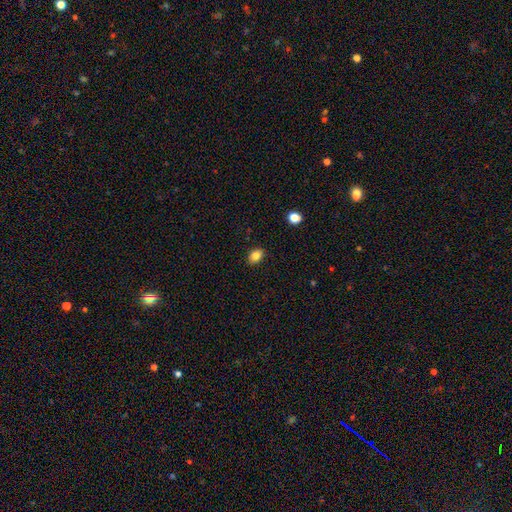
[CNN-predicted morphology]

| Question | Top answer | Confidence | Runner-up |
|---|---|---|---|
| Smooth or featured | smooth | 84% | star or artifact (10%) |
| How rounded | in between | 76% | round (23%) |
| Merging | none | 87% | minor disturbance (9%) |